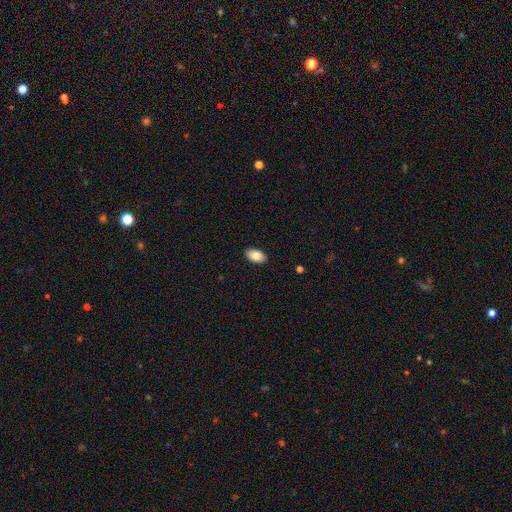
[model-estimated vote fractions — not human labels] smooth-or-featured: smooth: 82% | featured or disk: 11% | star or artifact: 7%
  how-rounded: in between: 94% | round: 4% | cigar-shaped: 2%
  merging: none: 90% | minor disturbance: 7% | major disturbance: 2% | merger: 1%